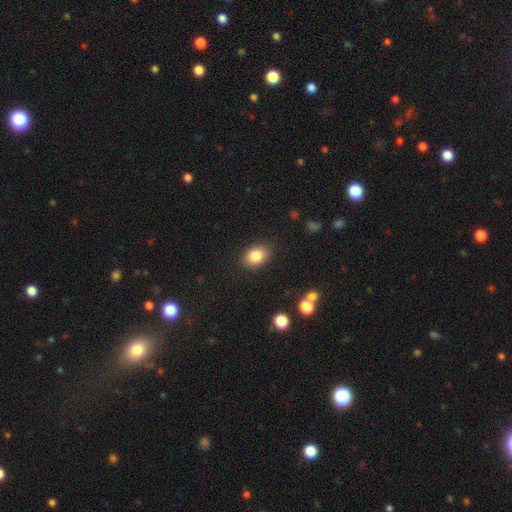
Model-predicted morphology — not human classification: smooth-or-featured: smooth: 84% | star or artifact: 9% | featured or disk: 7%
  how-rounded: in between: 67% | round: 32% | cigar-shaped: 1%
  merging: none: 85% | minor disturbance: 10% | major disturbance: 3% | merger: 1%